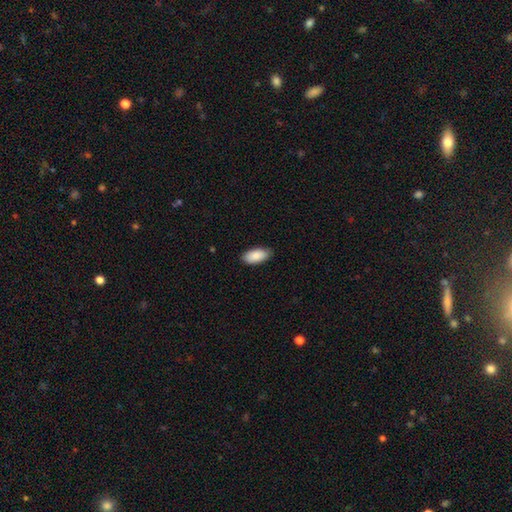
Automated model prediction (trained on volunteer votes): smooth-or-featured: smooth: 88% | star or artifact: 6% | featured or disk: 6%
  how-rounded: in between: 93% | cigar-shaped: 5% | round: 2%
  merging: none: 84% | minor disturbance: 13% | major disturbance: 2% | merger: 1%